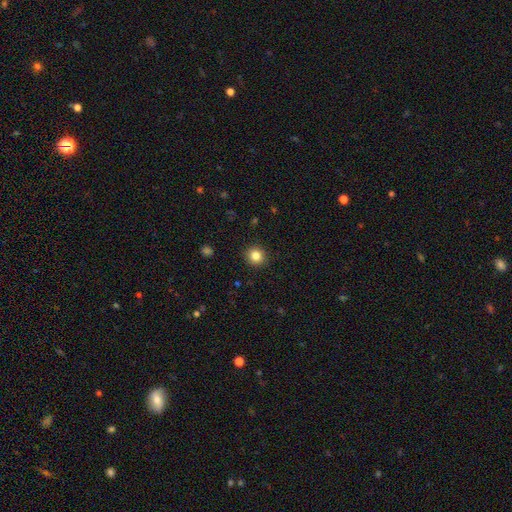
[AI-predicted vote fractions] Smooth or featured: smooth — 83% (star or artifact — 11%)
How rounded: round — 91% (in between — 8%)
Merging: none — 92% (minor disturbance — 5%)